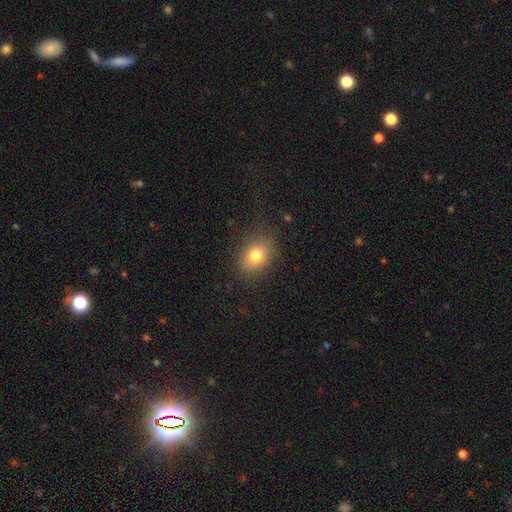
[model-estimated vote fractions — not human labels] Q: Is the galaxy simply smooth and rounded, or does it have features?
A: smooth — 79%.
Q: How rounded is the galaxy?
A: in between — 65%.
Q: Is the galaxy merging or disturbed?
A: none — 84%.